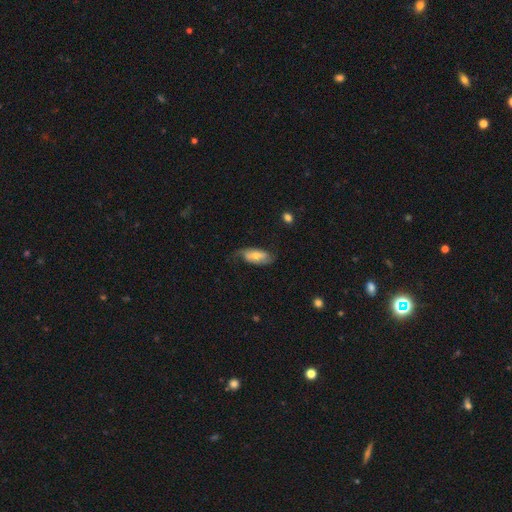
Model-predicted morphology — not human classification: smooth_or_featured: smooth (p=0.50) [alt: featured or disk p=0.43]
how_rounded: in between (p=0.83) [alt: cigar-shaped p=0.14]
merging: none (p=0.56) [alt: minor disturbance p=0.29]